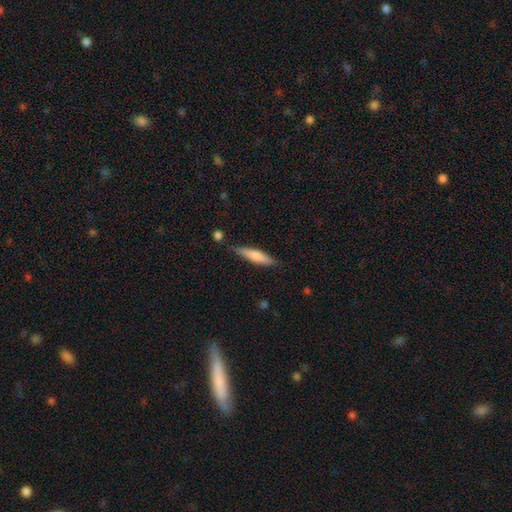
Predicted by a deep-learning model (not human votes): Morphology: type=smooth (68%); roundness=cigar-shaped (82%); merging=none (80%).